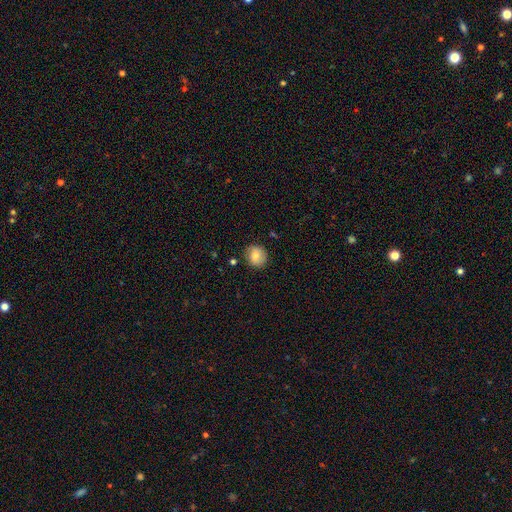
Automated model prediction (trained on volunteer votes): A smooth galaxy with no disk features (78%) that is round (83%).

Vote fractions:
- Smooth or featured? smooth: 78% / featured or disk: 13% / star or artifact: 9%
- How rounded? round: 83% / in between: 16% / cigar-shaped: 1%
- Merging? none: 84% / minor disturbance: 12% / major disturbance: 3% / merger: 2%